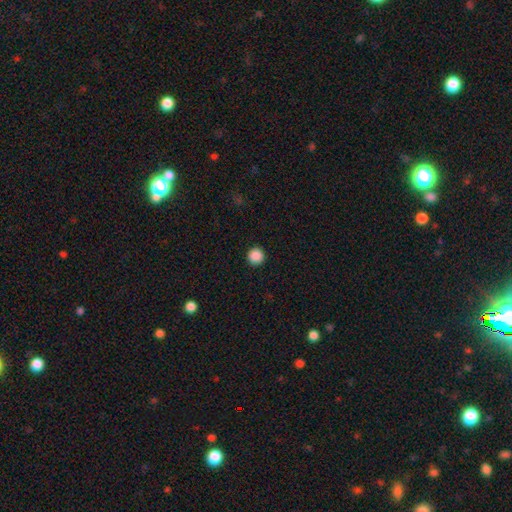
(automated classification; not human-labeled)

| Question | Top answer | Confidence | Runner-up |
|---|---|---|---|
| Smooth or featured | smooth | 88% | star or artifact (9%) |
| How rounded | round | 96% | in between (3%) |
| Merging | none | 93% | minor disturbance (4%) |